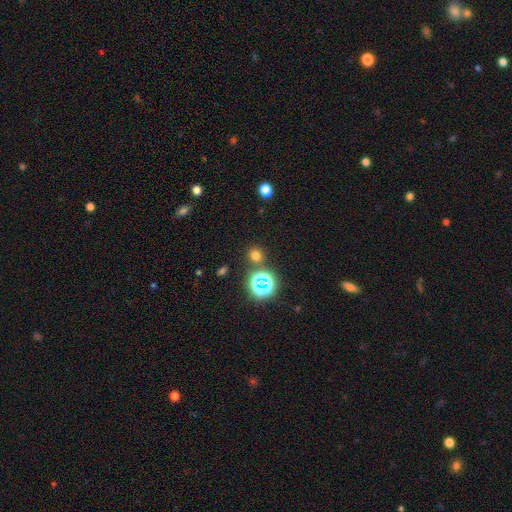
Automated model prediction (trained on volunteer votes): Smooth or featured? smooth (67%)
How rounded? round (88%)
Merging? none (84%)